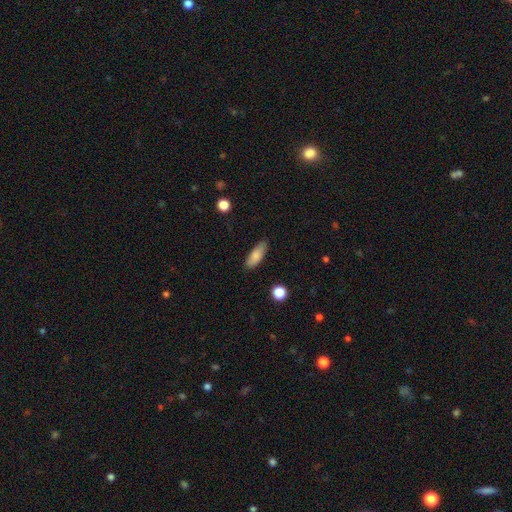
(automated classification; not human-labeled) Smooth or featured? smooth (82%)
How rounded? in between (66%)
Merging? none (85%)